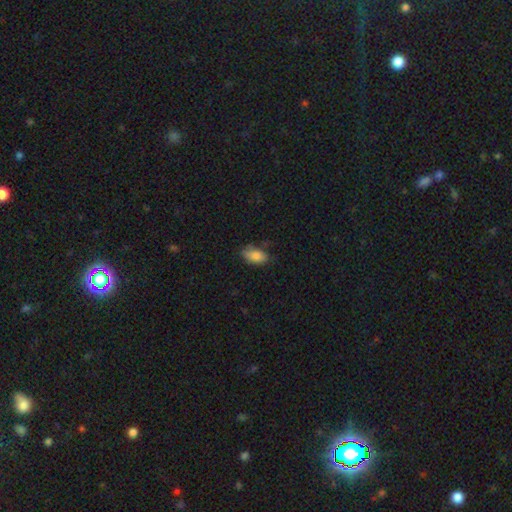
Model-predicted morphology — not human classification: The model was most divided on "merging": none: 60%, minor disturbance: 30%, major disturbance: 8%, merger: 3%. More confident: how rounded — in between (91%); smooth or featured — smooth (82%).